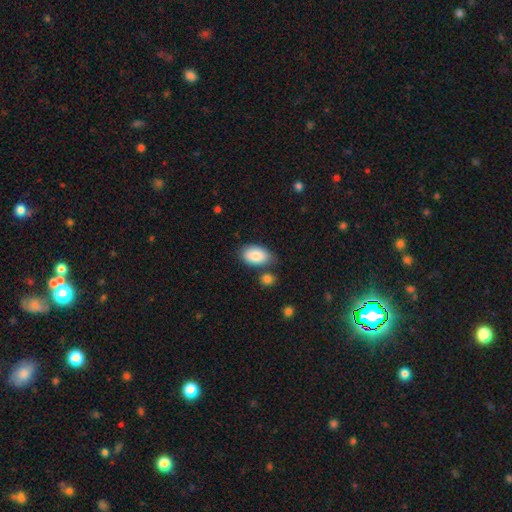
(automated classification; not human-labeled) A smooth galaxy with no disk features (85%) that is in between round and cigar-shaped (93%). Merging: none (68%).